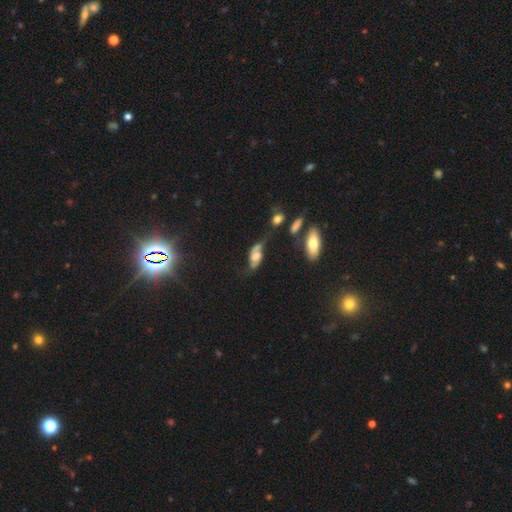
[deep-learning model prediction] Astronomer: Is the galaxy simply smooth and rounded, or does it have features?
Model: featured or disk — 62%.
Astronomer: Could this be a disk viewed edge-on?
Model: no — 87%.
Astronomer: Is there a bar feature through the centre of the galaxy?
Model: no — 56% (runner-up: weak, 34%).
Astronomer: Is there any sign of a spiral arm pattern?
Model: yes — 83%.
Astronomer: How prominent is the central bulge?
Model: moderate — 32% (runner-up: large, 31%).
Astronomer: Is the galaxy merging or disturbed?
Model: none — 41% (runner-up: minor disturbance, 24%).